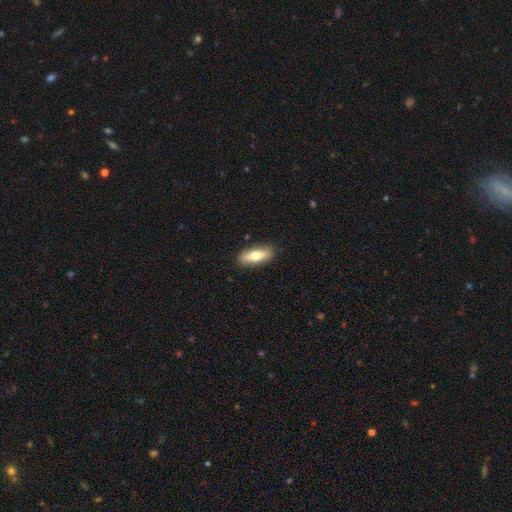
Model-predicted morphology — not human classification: Smooth or featured: smooth — 67% (featured or disk — 27%)
How rounded: in between — 62% (cigar-shaped — 35%)
Merging: none — 87% (minor disturbance — 9%)